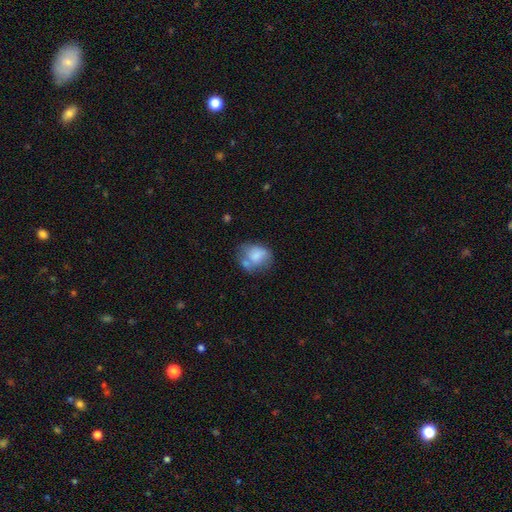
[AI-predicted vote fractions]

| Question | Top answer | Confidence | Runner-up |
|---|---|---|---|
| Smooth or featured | smooth | 70% | featured or disk (21%) |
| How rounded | in between | 50% | round (49%) |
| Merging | none | 37% | merger (25%) |